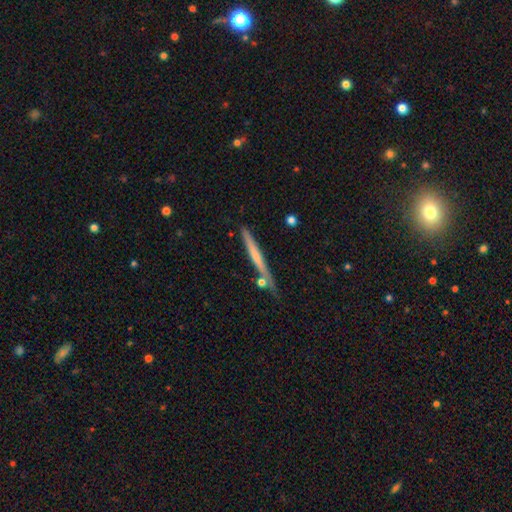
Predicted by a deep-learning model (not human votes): A featured or disk galaxy (49%). Merging: none (76%).